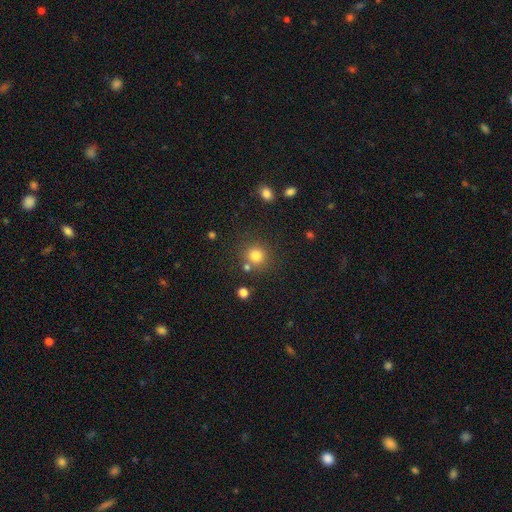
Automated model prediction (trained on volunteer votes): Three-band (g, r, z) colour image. It shows a smooth galaxy with no disk features (80%) that is round (90%). Merging: none (76%).